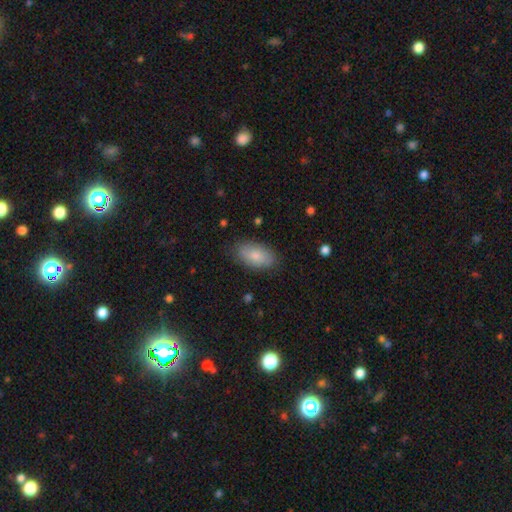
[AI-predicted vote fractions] Smooth or featured? smooth (81%)
How rounded? in between (93%)
Merging? none (82%)